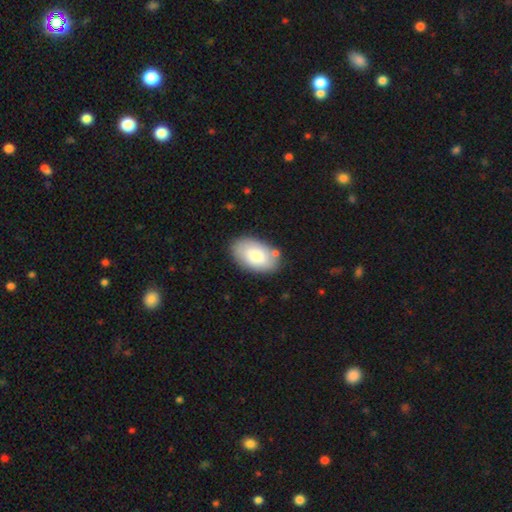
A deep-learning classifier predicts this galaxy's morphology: This is clearly a smooth galaxy (83%). How rounded: clearly in between (94%). Merging: likely none (79%).